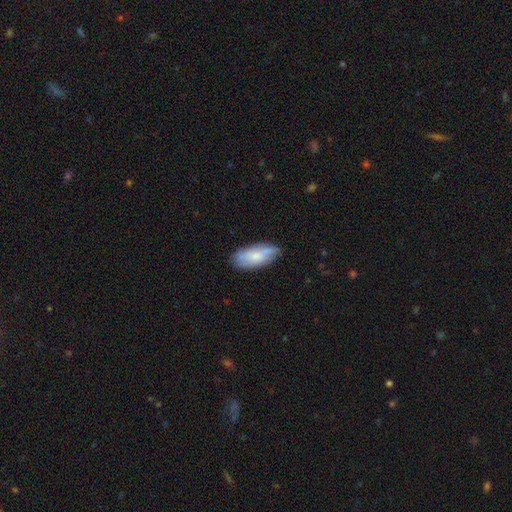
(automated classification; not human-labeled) smooth 64%, featured or disk 30%, star or artifact 6%. Down the decision tree: how rounded — in between (85%); merging — none (72%).